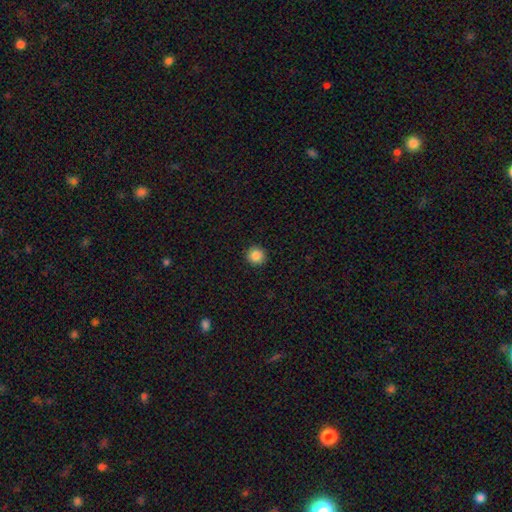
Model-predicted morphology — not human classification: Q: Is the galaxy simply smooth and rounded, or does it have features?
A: smooth — 86%.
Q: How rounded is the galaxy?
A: round — 95%.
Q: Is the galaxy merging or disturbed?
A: none — 93%.